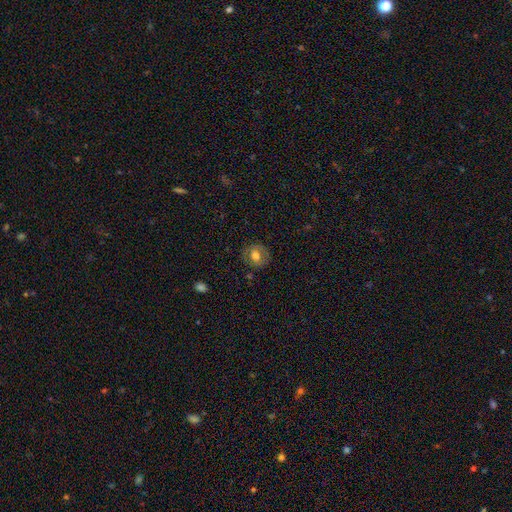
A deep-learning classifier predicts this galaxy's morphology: Smooth or featured? Predicted: smooth (p=0.60). How rounded? Predicted: round (p=0.76). Merging? Predicted: none (p=0.82).